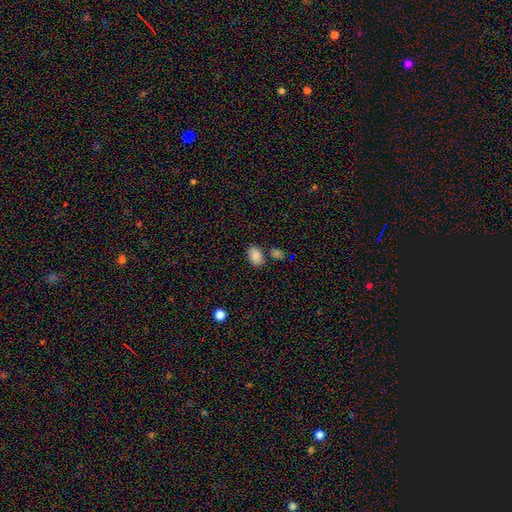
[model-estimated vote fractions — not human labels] Smooth or featured? Predicted: smooth (p=0.85). How rounded? Predicted: in between (p=0.84). Merging? Predicted: none (p=0.68).